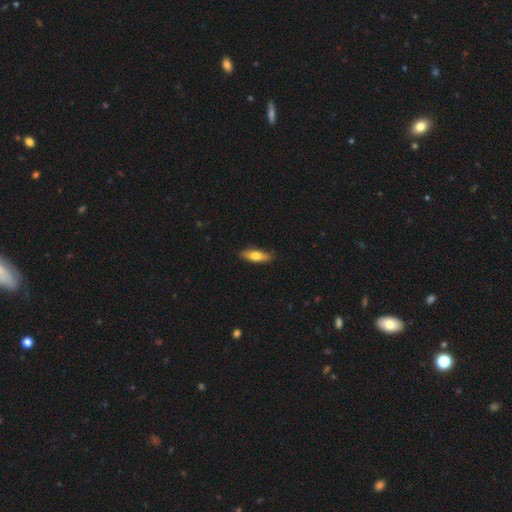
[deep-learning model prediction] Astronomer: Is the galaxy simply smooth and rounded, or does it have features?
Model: smooth — 69%.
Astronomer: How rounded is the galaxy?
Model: cigar-shaped — 52% (runner-up: in between, 45%).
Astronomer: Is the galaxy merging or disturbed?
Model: none — 87%.